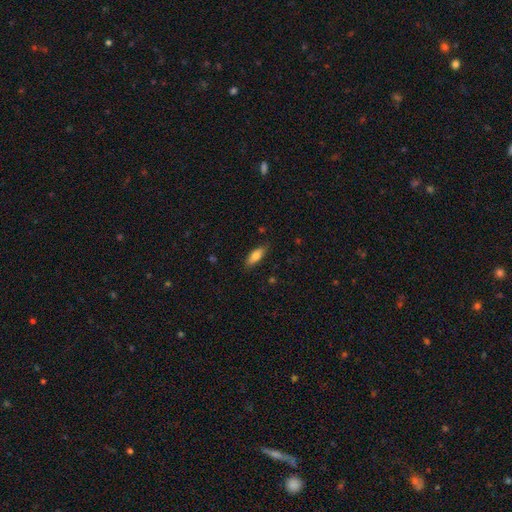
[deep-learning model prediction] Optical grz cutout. It shows a smooth galaxy with no disk features (76%) that is in between round and cigar-shaped (70%). Merging: none (83%).